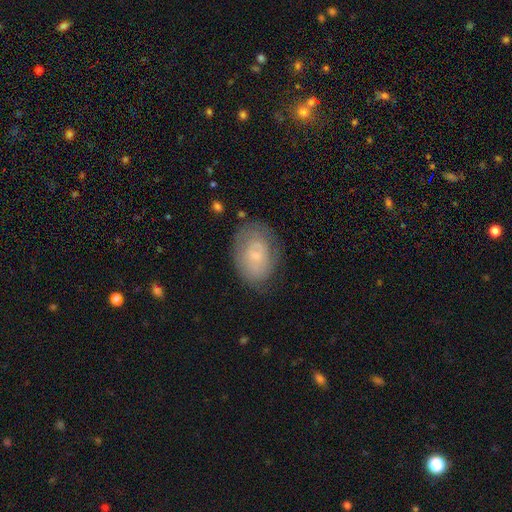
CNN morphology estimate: Smooth or featured?
  - featured or disk: 53% *
  - smooth: 39%
  - star or artifact: 8%
Edge-on disk?
  - no: 96% *
  - yes: 4%
Bar?
  - no: 73% *
  - weak: 23%
  - strong: 4%
Spiral arms?
  - yes: 63% *
  - no: 37%
Bulge size?
  - small: 75% *
  - moderate: 19%
  - none: 3%
  - large: 1%
  - dominant: 1%
Merging?
  - none: 68% *
  - minor disturbance: 21%
  - major disturbance: 9%
  - merger: 2%